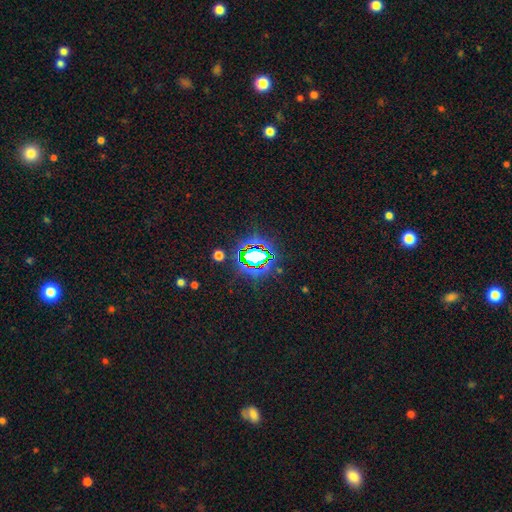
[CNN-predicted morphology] Smooth or featured?
  - star or artifact: 69% *
  - smooth: 19%
  - featured or disk: 11%